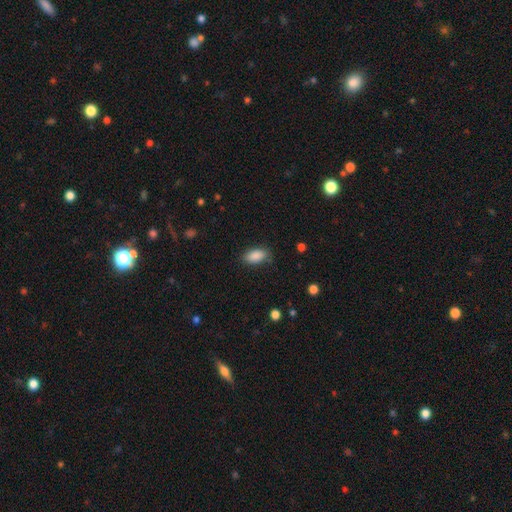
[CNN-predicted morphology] This is clearly a smooth galaxy (89%). How rounded: clearly in between (91%). Merging: clearly none (82%).